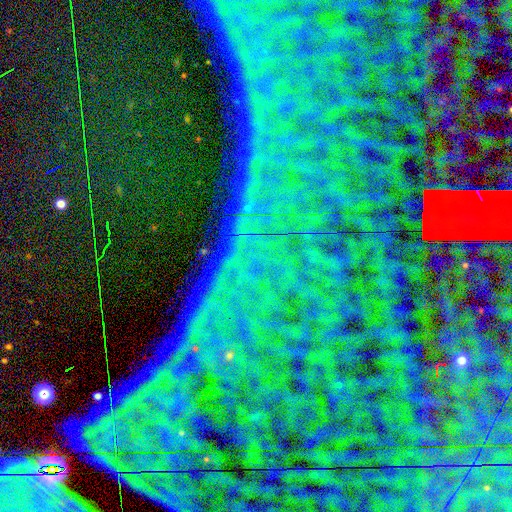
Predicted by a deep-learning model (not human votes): This appears to be a star or artifact, not a galaxy (83%).